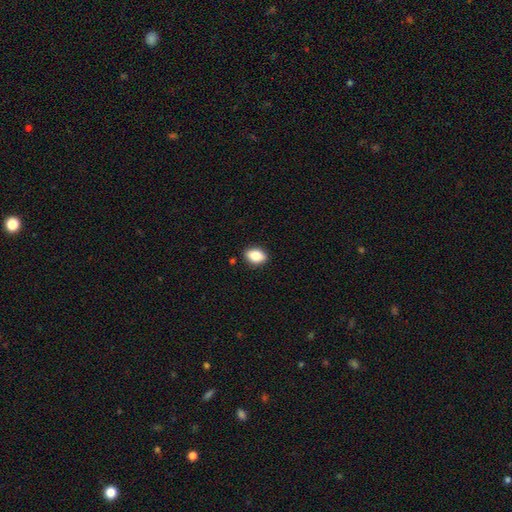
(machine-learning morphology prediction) smooth_or_featured: smooth (p=0.85) [alt: star or artifact p=0.08]
how_rounded: in between (p=0.80) [alt: round p=0.18]
merging: none (p=0.89) [alt: minor disturbance p=0.08]